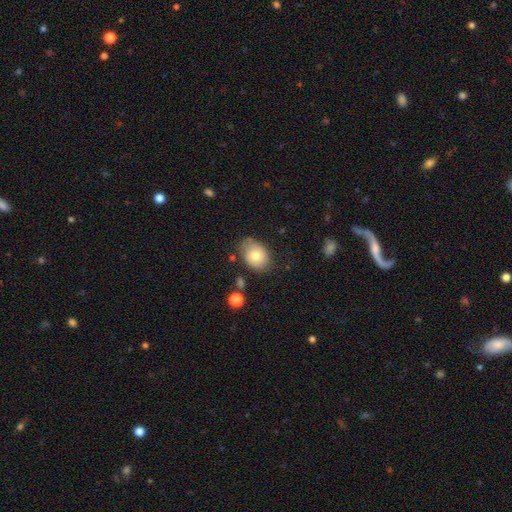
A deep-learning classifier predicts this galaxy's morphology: A smooth galaxy with no disk features (74%) that is in between round and cigar-shaped (71%).

Vote fractions:
- Smooth or featured? smooth: 74% / featured or disk: 18% / star or artifact: 8%
- How rounded? in between: 71% / round: 28% / cigar-shaped: 1%
- Merging? none: 70% / minor disturbance: 22% / major disturbance: 5% / merger: 3%